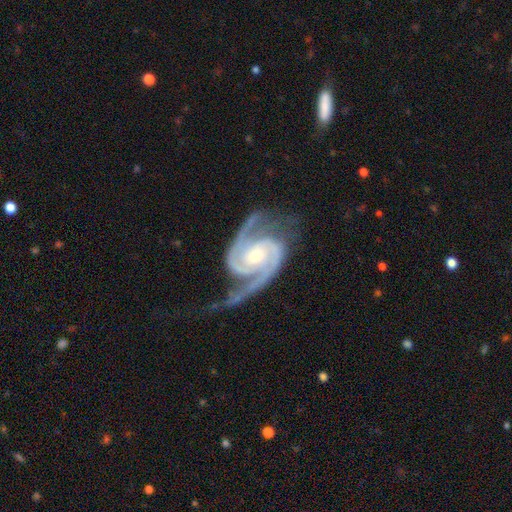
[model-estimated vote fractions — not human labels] This is clearly a featured or disk galaxy (95%). It is clearly not viewed edge-on (98%). Bar: possibly no (54%). Spiral arm pattern: clearly yes (99%). Spiral arm count: clearly 2 (84%). Spiral winding: possibly medium (54%). Central bulge: possibly moderate (50%). Merging: likely none (67%).